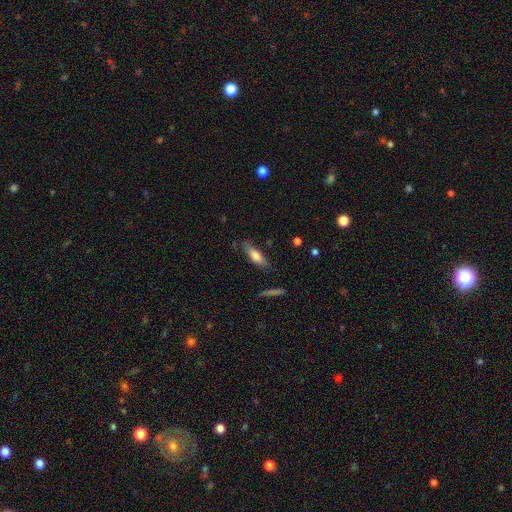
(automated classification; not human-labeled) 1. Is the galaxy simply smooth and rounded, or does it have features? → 67% smooth, 27% featured or disk, 6% star or artifact.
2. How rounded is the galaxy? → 56% cigar-shaped, 42% in between, 2% round.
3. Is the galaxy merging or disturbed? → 75% none, 19% minor disturbance, 4% major disturbance, 2% merger.